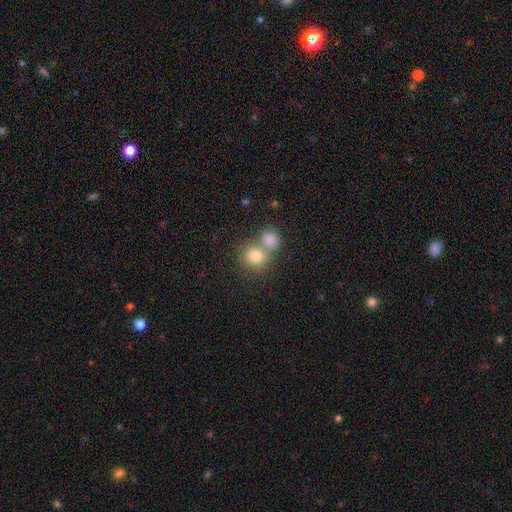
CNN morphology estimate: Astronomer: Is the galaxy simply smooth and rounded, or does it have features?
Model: smooth — 80%.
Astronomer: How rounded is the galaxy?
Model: round — 82%.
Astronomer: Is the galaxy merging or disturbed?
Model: merger — 48% (runner-up: none, 42%).